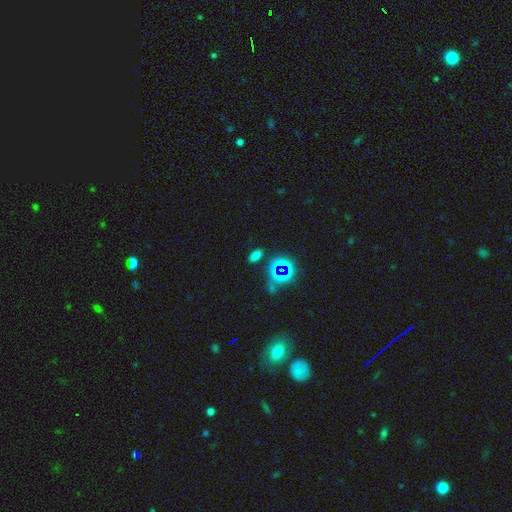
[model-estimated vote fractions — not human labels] This appears to be a smooth galaxy with no disk features (61%) that is in between round and cigar-shaped (84%). Merging: none (79%).